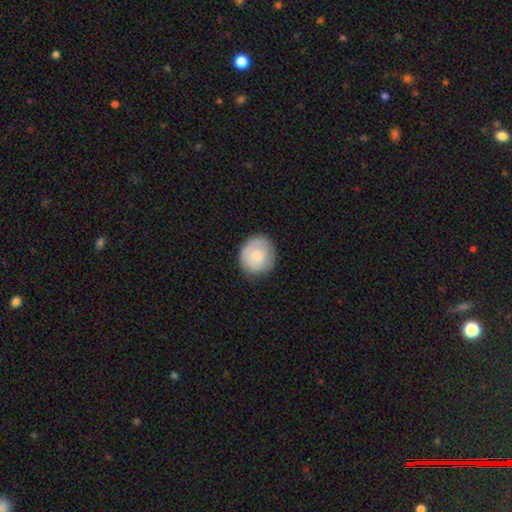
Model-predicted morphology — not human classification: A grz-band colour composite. It shows a smooth galaxy with no disk features (72%) that is round (87%). Merging: none (80%).